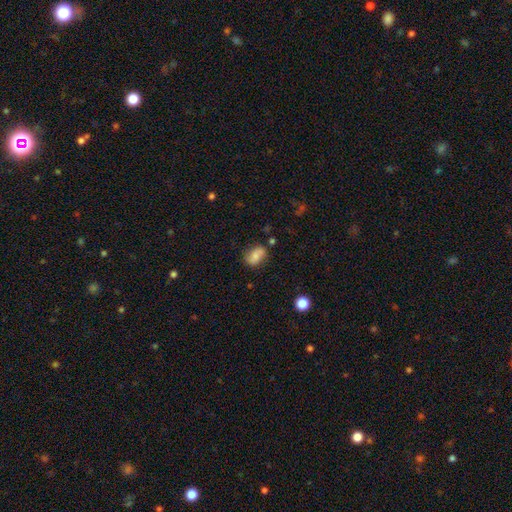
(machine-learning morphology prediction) This is likely a smooth galaxy (69%). How rounded: clearly in between (84%). Merging: likely none (68%).